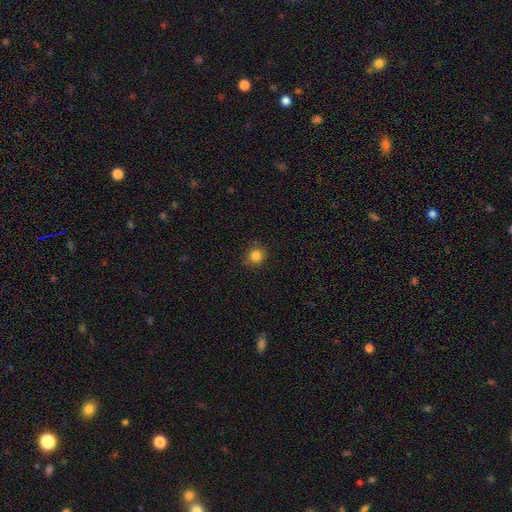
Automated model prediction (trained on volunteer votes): Q: Smooth or featured?
A: smooth (84%); runner-up: star or artifact (12%)
Q: How rounded?
A: round (90%); runner-up: in between (9%)
Q: Merging?
A: none (84%); runner-up: minor disturbance (12%)